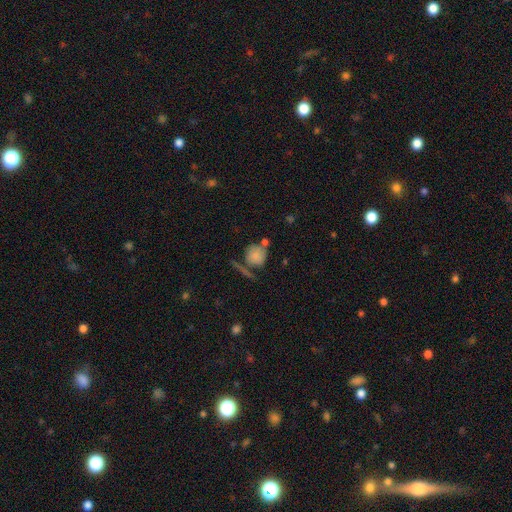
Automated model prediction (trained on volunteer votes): Overall: smooth (76%). How rounded: round (82%). Merging: none (51%; merger 22%).